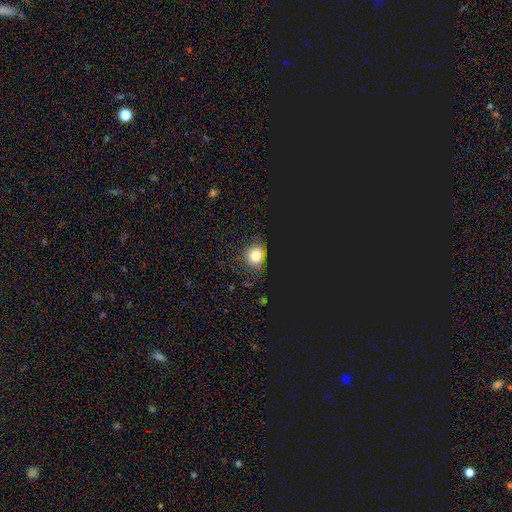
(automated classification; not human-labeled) The model was most divided on "smooth or featured": smooth: 64%, star or artifact: 27%, featured or disk: 9%. More confident: how rounded — round (73%); merging — none (70%).